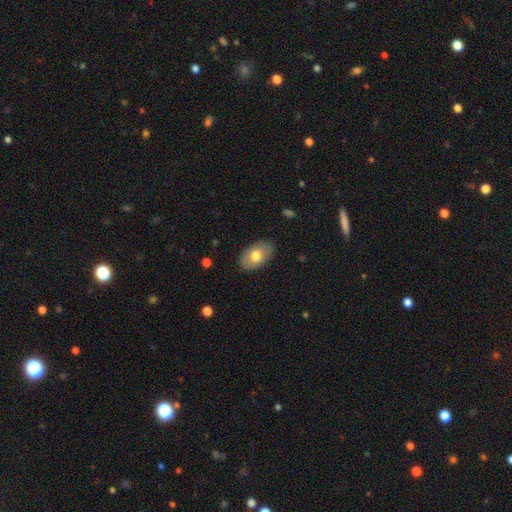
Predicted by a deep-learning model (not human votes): Overall: smooth (71%). How rounded: in between (91%). Merging: none (85%).